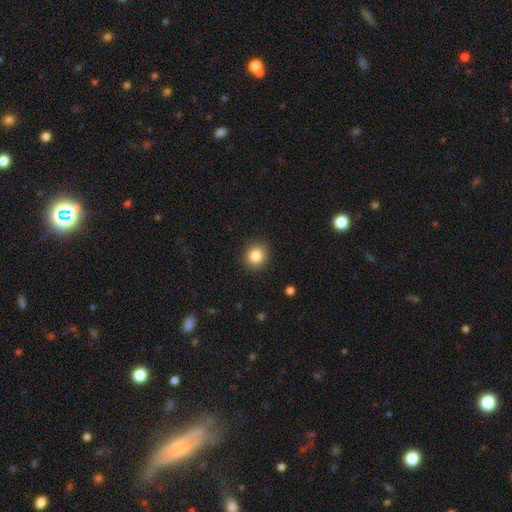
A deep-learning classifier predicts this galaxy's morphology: Smooth or featured? smooth (84%)
How rounded? round (84%)
Merging? none (90%)